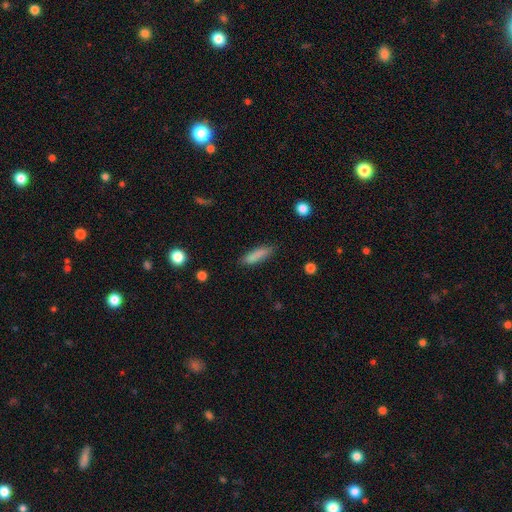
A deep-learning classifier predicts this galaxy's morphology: Smooth or featured? Predicted: smooth (p=0.85). How rounded? Predicted: cigar-shaped (p=0.66). Merging? Predicted: none (p=0.82).